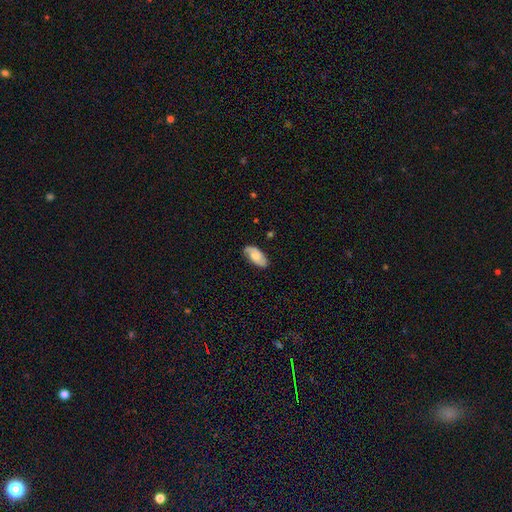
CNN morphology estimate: Smooth or featured? Predicted: smooth (p=0.49). Merging? Predicted: none (p=0.75).